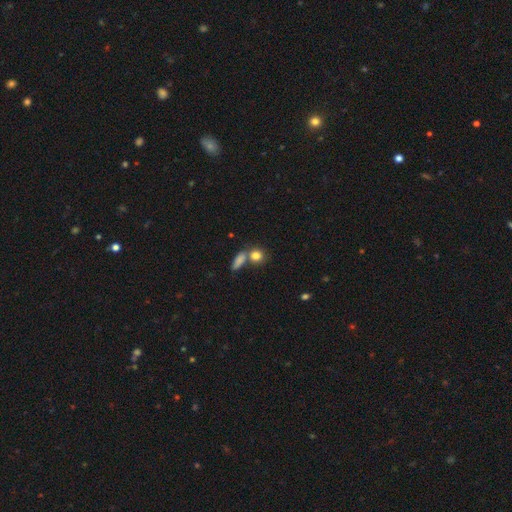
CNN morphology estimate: Smooth or featured? Predicted: smooth (p=0.82). How rounded? Predicted: round (p=0.69). Merging? Predicted: none (p=0.53).